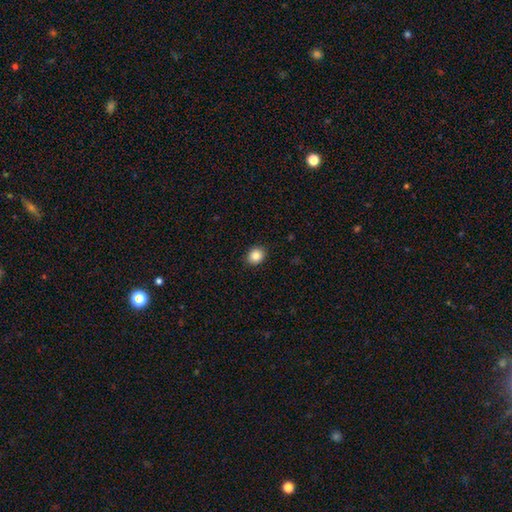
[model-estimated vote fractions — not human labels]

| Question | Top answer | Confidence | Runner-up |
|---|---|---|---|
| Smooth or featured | smooth | 86% | star or artifact (9%) |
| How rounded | round | 70% | in between (29%) |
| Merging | none | 91% | minor disturbance (6%) |